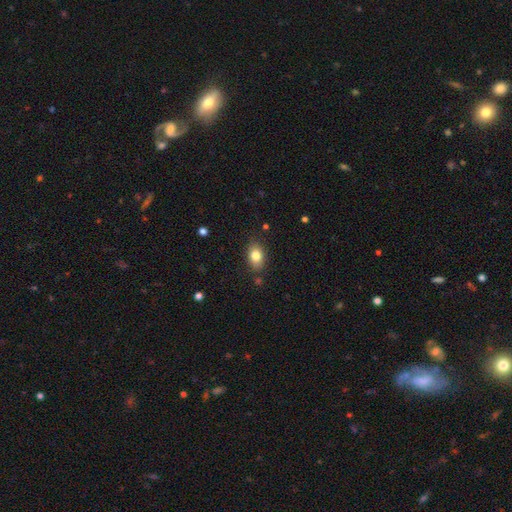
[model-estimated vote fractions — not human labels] smooth-or-featured: smooth: 80% | featured or disk: 11% | star or artifact: 9%
  how-rounded: in between: 81% | round: 17% | cigar-shaped: 2%
  merging: none: 83% | minor disturbance: 12% | major disturbance: 3% | merger: 2%